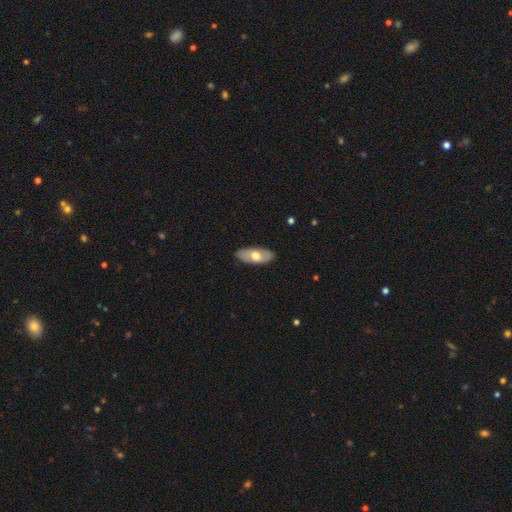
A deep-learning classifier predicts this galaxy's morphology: The model was most divided on "smooth or featured": smooth: 56%, featured or disk: 39%, star or artifact: 5%. More confident: how rounded — in between (87%); merging — none (87%).